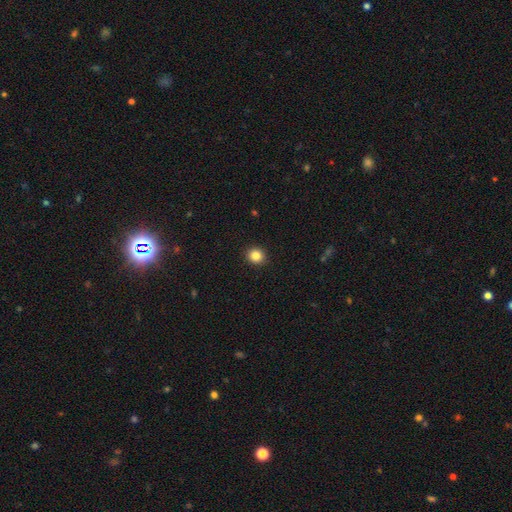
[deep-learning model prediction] Smooth or featured?
  - smooth: 84% *
  - star or artifact: 11%
  - featured or disk: 5%
How rounded?
  - round: 83% *
  - in between: 17%
  - cigar-shaped: 1%
Merging?
  - none: 92% *
  - minor disturbance: 5%
  - major disturbance: 2%
  - merger: 1%